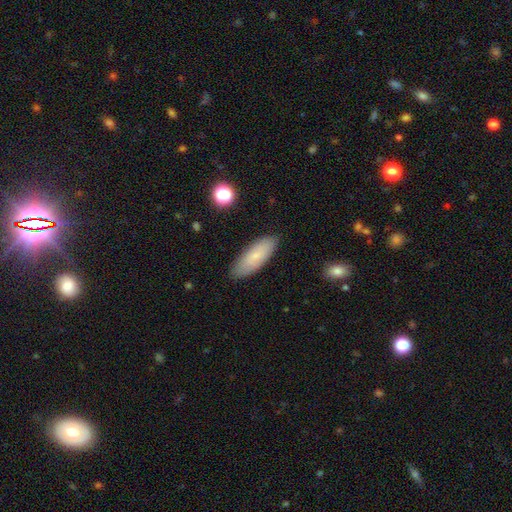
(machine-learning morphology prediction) A smooth galaxy with no disk features (78%) that is in between round and cigar-shaped (64%). Merging: none (86%).